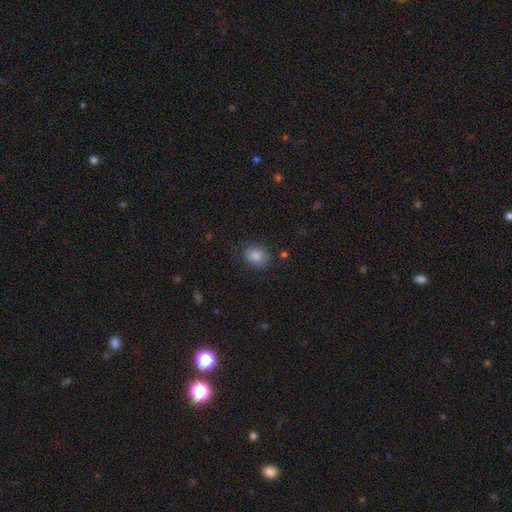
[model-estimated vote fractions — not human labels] The model was most divided on "how rounded": round: 51%, in between: 48%, cigar-shaped: 1%. More confident: smooth or featured — smooth (82%); merging — none (78%).